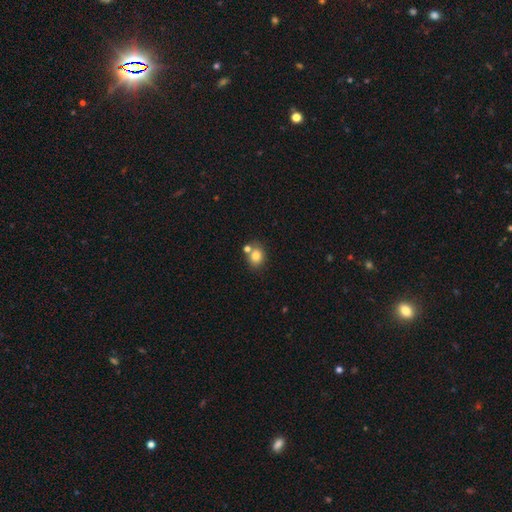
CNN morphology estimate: This is clearly a smooth galaxy (81%). How rounded: possibly round (57%). Merging: likely none (62%).